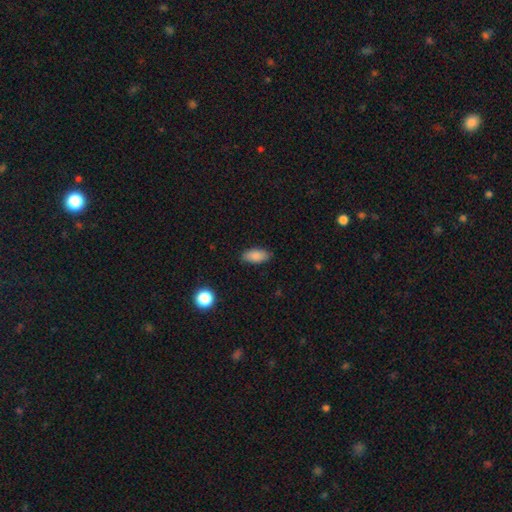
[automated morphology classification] type=smooth (87%); roundness=in between (89%); merging=none (86%).